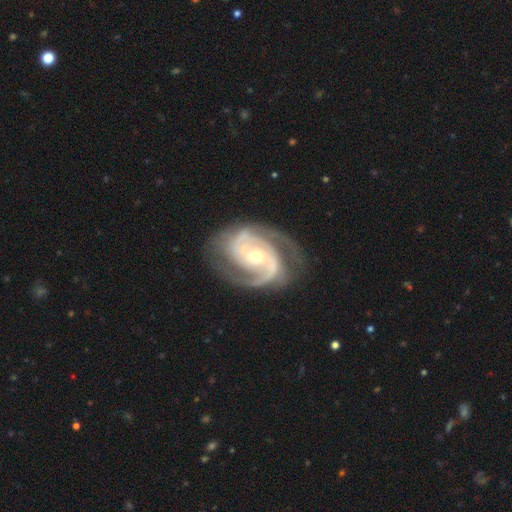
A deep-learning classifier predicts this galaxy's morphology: Smooth or featured: featured or disk — 92% (star or artifact — 4%)
Edge-on disk: no — 98% (yes — 2%)
Bar: no — 52% (weak — 33%)
Spiral arms: yes — 98% (no — 2%)
Spiral winding: medium — 46% (tight — 45%)
Spiral arm count: 2 — 70% (3 — 15%)
Bulge size: moderate — 53% (small — 43%)
Merging: none — 72% (minor disturbance — 18%)